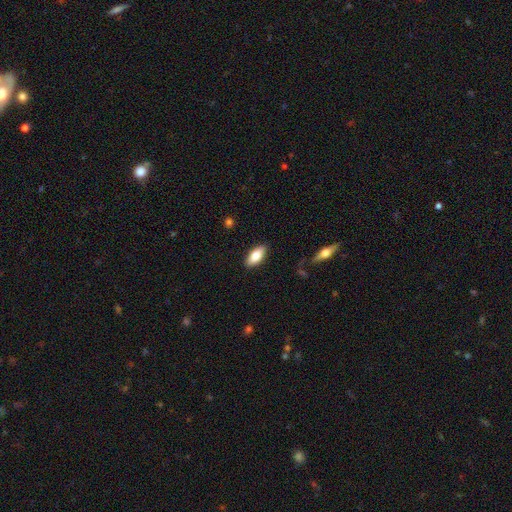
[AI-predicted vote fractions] smooth-or-featured: smooth: 78% | featured or disk: 16% | star or artifact: 6%
  how-rounded: in between: 85% | cigar-shaped: 12% | round: 2%
  merging: none: 87% | minor disturbance: 9% | major disturbance: 2% | merger: 1%